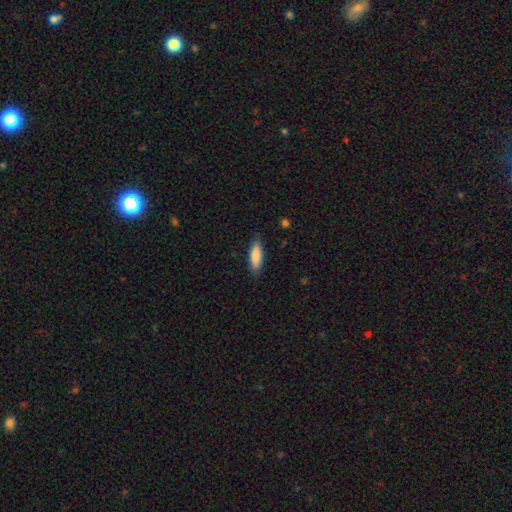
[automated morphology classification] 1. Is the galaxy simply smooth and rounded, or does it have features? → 84% smooth, 10% featured or disk, 6% star or artifact.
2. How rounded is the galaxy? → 52% cigar-shaped, 47% in between, 2% round.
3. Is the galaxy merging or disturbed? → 85% none, 12% minor disturbance, 2% major disturbance, 1% merger.